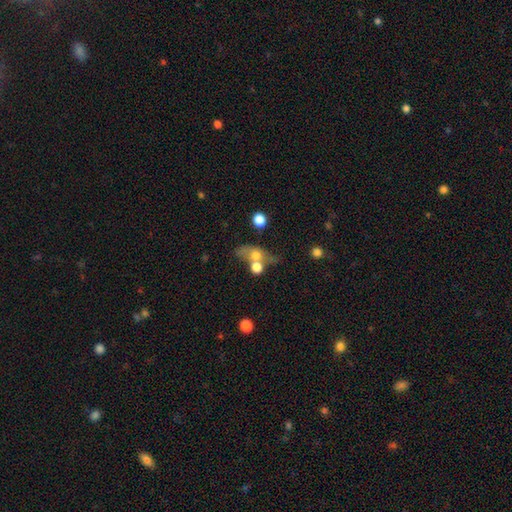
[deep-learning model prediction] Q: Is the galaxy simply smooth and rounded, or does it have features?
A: smooth — 60%.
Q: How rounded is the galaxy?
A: in between — 52%.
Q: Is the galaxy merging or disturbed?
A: merger — 43%.